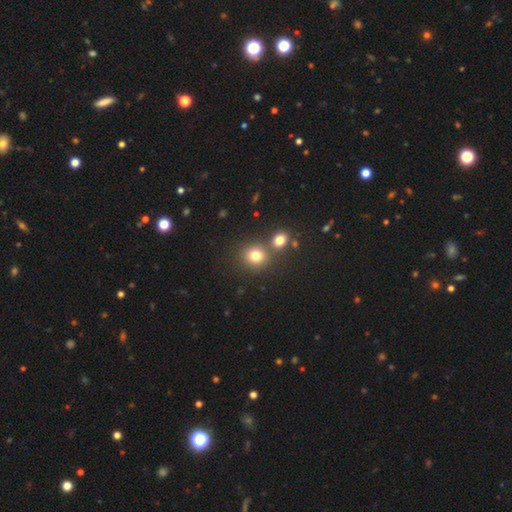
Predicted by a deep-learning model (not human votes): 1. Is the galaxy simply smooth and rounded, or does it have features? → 77% smooth, 15% star or artifact, 8% featured or disk.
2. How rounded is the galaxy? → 84% round, 15% in between, 1% cigar-shaped.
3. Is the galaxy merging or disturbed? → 65% none, 24% merger, 8% minor disturbance, 3% major disturbance.